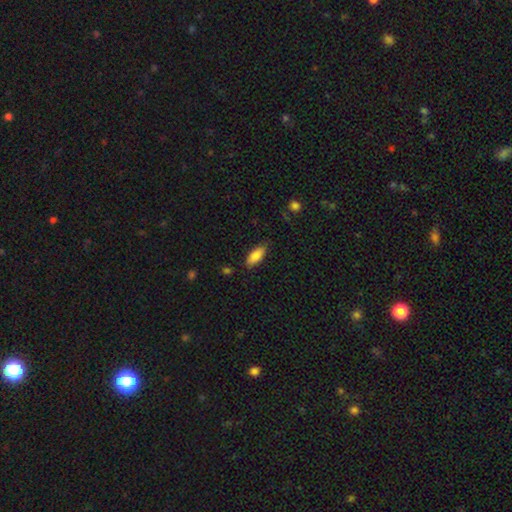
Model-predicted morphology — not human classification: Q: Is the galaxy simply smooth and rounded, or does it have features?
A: smooth — 83%.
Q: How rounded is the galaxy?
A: in between — 82%.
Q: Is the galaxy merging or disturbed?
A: none — 81%.